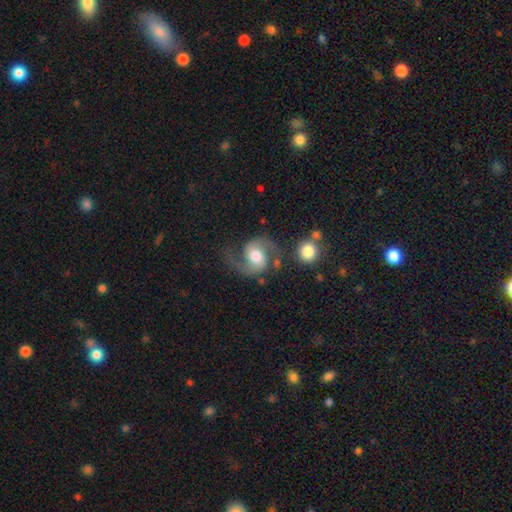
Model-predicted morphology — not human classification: A featured or disk galaxy (86%) with no bar (50%), 2 (94%) medium (54%) spiral arms (97%) and a moderate central bulge (66%).

Vote fractions:
- Smooth or featured? featured or disk: 86% / smooth: 9% / star or artifact: 5%
- Edge-on disk? no: 98% / yes: 2%
- Bar? no: 50% / weak: 38% / strong: 12%
- Spiral arms? yes: 97% / no: 3%
- Spiral winding? medium: 54% / loose: 35% / tight: 11%
- Spiral arm count? 2: 94% / 1: 2% / can't tell: 2% / 3: 1% / 4: 1% / more than 4: 1%
- Bulge size? moderate: 66% / large: 22% / small: 9% / dominant: 2% / none: 2%
- Merging? none: 68% / minor disturbance: 15% / major disturbance: 10% / merger: 7%